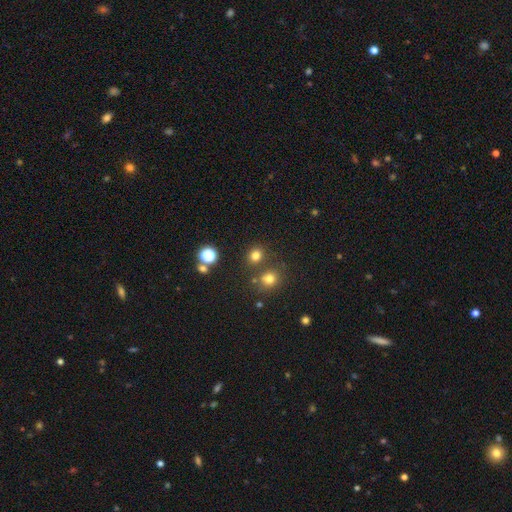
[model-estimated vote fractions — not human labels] smooth_or_featured: smooth (p=0.76) [alt: star or artifact p=0.19]
how_rounded: round (p=0.76) [alt: in between p=0.23]
merging: none (p=0.76) [alt: merger p=0.12]